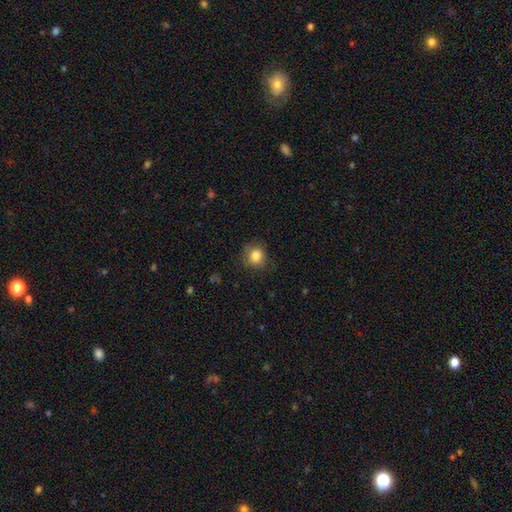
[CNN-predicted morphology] smooth 84%, star or artifact 10%, featured or disk 7%. Down the decision tree: how rounded — round (78%); merging — none (76%).